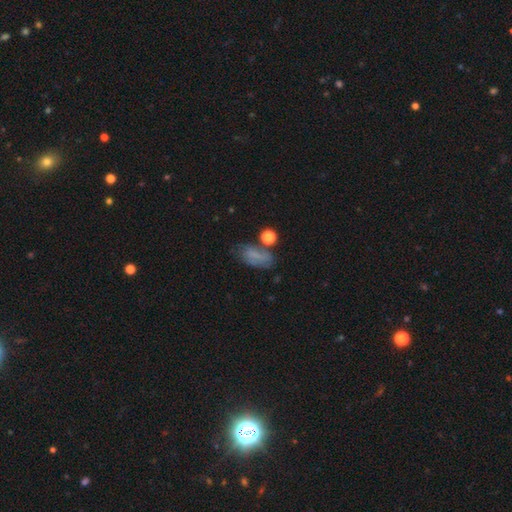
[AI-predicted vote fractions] Smooth or featured?
  - smooth: 60% *
  - featured or disk: 24%
  - star or artifact: 16%
How rounded?
  - in between: 83% *
  - round: 11%
  - cigar-shaped: 6%
Merging?
  - none: 47% *
  - minor disturbance: 26%
  - major disturbance: 15%
  - merger: 12%